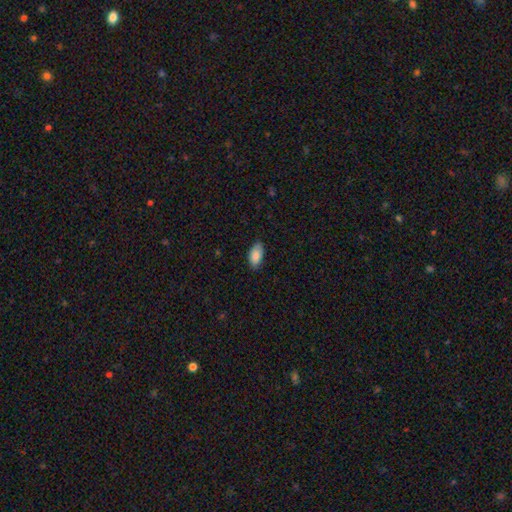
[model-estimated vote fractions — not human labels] smooth-or-featured: smooth: 88% | star or artifact: 7% | featured or disk: 6%
  how-rounded: in between: 93% | cigar-shaped: 4% | round: 3%
  merging: none: 81% | minor disturbance: 16% | major disturbance: 3% | merger: 1%